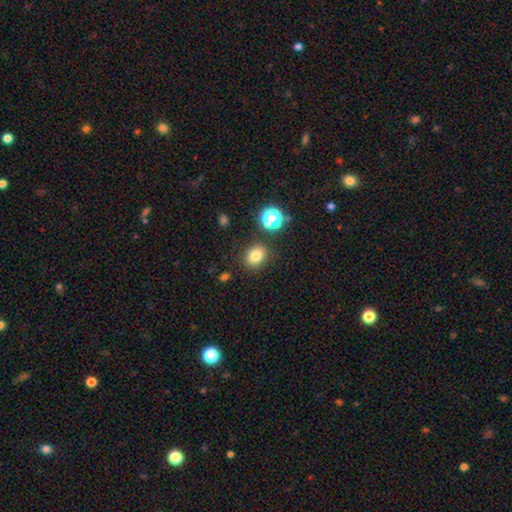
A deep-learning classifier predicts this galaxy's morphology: smooth_or_featured: smooth (p=0.81) [alt: star or artifact p=0.13]
how_rounded: in between (p=0.52) [alt: round p=0.47]
merging: none (p=0.83) [alt: minor disturbance p=0.10]